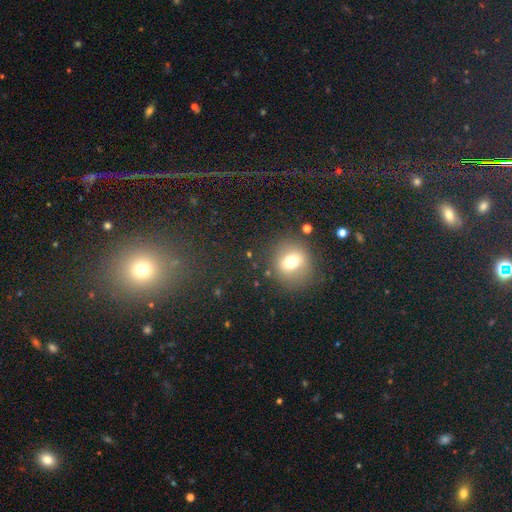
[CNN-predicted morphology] Smooth or featured: smooth — 49% (star or artifact — 43%)
Merging: none — 87% (minor disturbance — 6%)